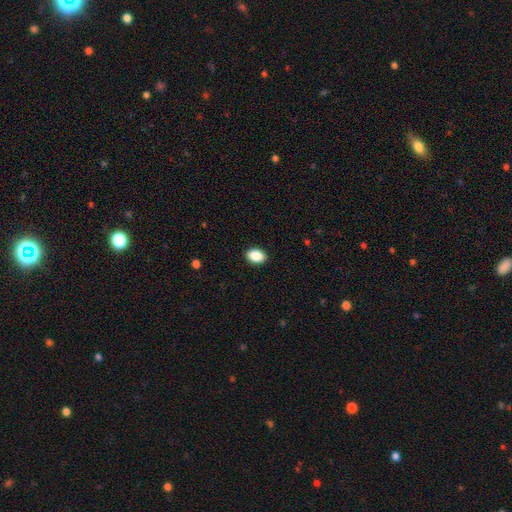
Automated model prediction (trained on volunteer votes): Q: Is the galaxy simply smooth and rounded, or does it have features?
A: smooth — 88%.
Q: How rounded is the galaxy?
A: in between — 83%.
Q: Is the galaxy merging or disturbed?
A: none — 90%.